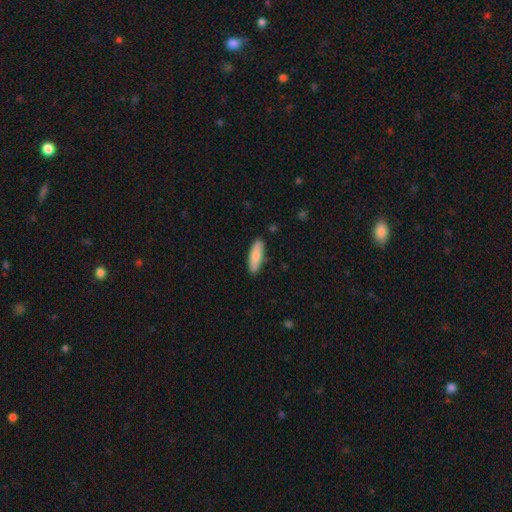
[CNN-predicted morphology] Smooth or featured? Predicted: smooth (p=0.81). How rounded? Predicted: cigar-shaped (p=0.54). Merging? Predicted: none (p=0.86).